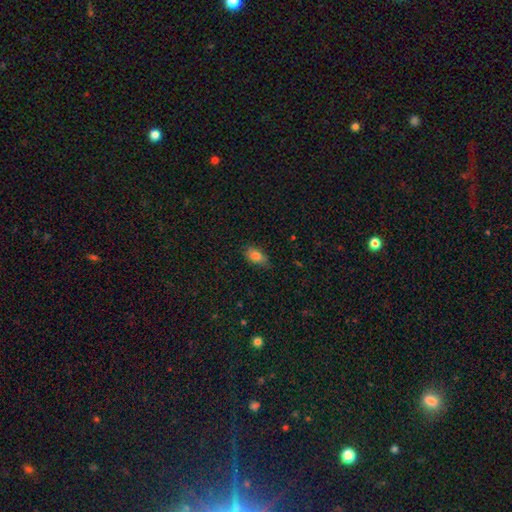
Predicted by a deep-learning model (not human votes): smooth_or_featured: smooth (p=0.83) [alt: star or artifact p=0.10]
how_rounded: in between (p=0.88) [alt: round p=0.08]
merging: none (p=0.73) [alt: minor disturbance p=0.22]